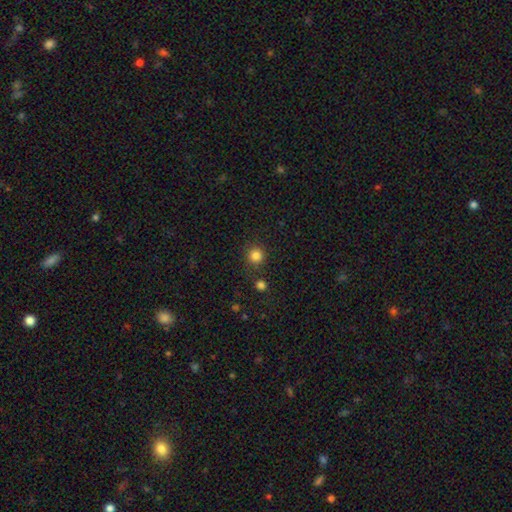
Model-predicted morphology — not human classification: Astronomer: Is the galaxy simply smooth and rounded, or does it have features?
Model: smooth — 83%.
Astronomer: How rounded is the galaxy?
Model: round — 93%.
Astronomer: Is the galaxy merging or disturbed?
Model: none — 84%.